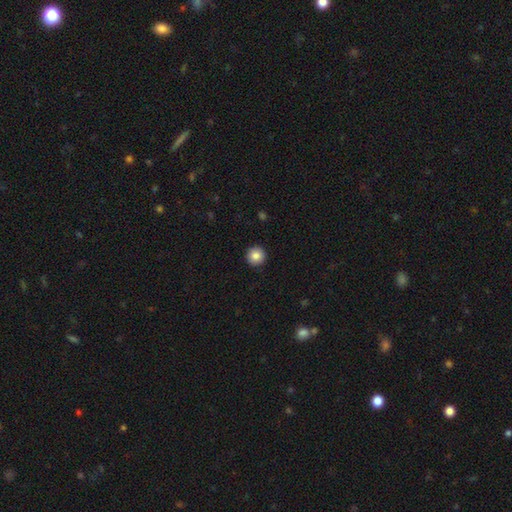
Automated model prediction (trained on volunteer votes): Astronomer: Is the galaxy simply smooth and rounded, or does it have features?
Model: smooth — 85%.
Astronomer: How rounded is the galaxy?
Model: round — 96%.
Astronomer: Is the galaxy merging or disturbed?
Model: none — 93%.